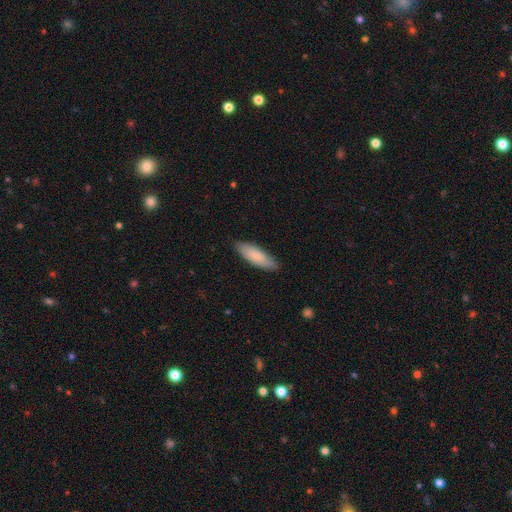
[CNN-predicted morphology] smooth 81%, featured or disk 14%, star or artifact 5%. Down the decision tree: how rounded — in between (54%); merging — none (84%).